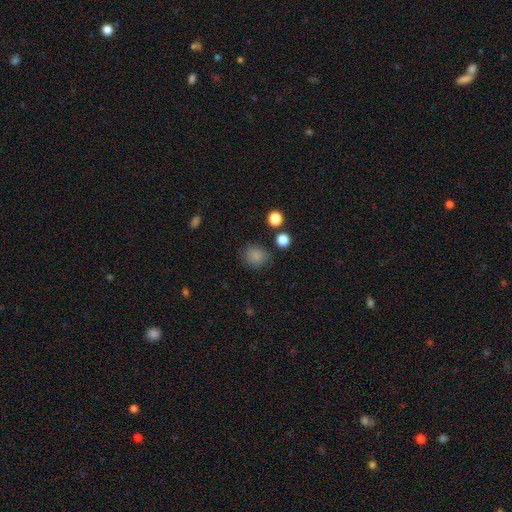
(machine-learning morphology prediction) smooth_or_featured: smooth (p=0.82) [alt: star or artifact p=0.12]
how_rounded: round (p=0.76) [alt: in between p=0.23]
merging: none (p=0.77) [alt: minor disturbance p=0.15]